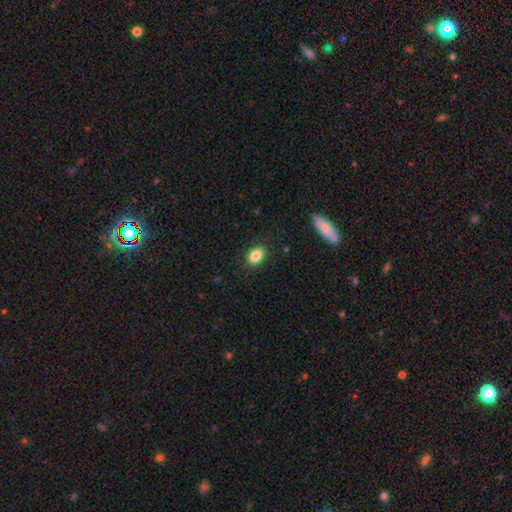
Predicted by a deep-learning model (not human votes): Smooth or featured? Predicted: smooth (p=0.86). How rounded? Predicted: in between (p=0.76). Merging? Predicted: none (p=0.87).